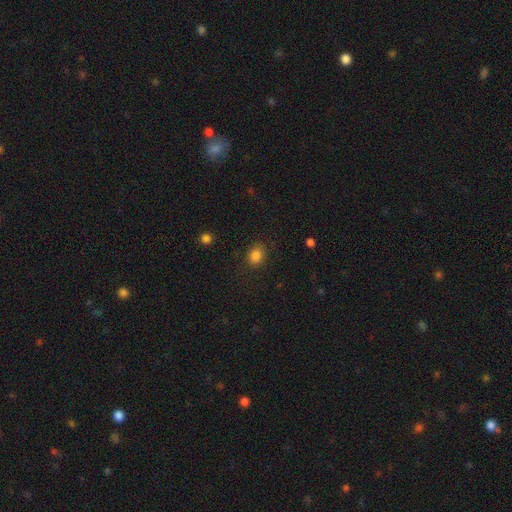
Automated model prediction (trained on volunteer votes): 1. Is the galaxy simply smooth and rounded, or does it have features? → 84% smooth, 11% star or artifact, 5% featured or disk.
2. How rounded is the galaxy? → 56% round, 43% in between, 1% cigar-shaped.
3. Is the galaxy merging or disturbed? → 83% none, 12% minor disturbance, 4% major disturbance, 1% merger.